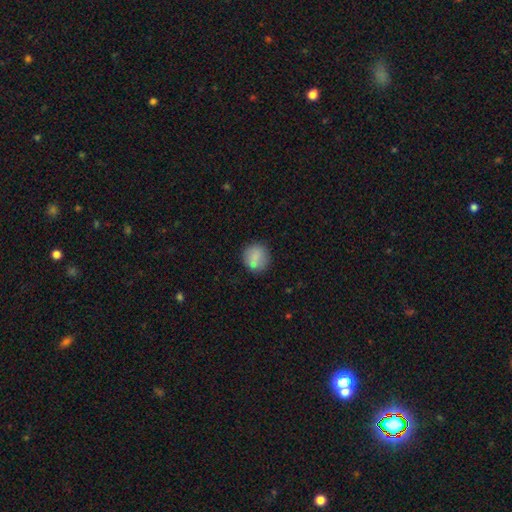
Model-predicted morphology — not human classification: Smooth or featured? smooth (79%)
How rounded? round (83%)
Merging? none (72%)